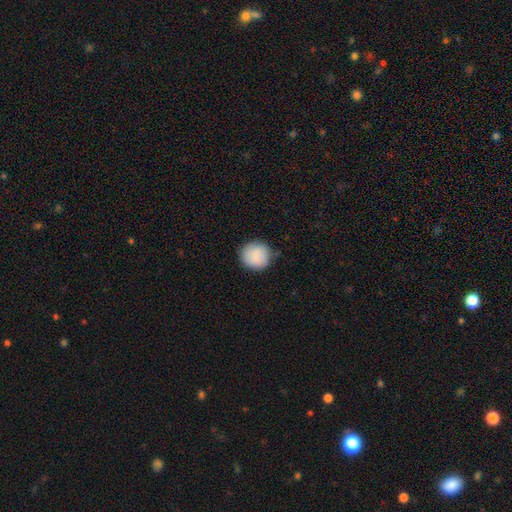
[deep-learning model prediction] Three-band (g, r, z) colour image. It shows a smooth galaxy with no disk features (85%) that is round (92%). Merging: none (85%).